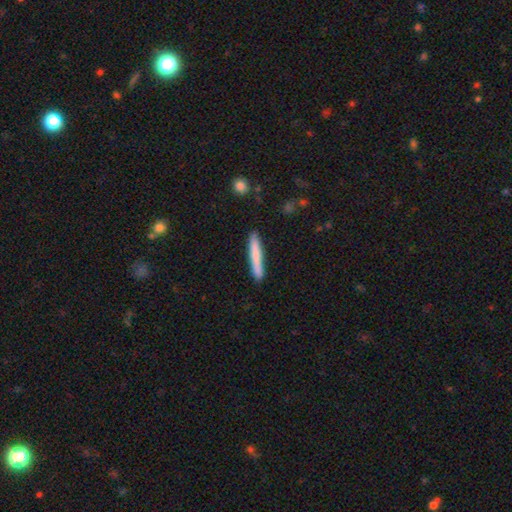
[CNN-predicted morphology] Smooth or featured? Predicted: smooth (p=0.71). How rounded? Predicted: cigar-shaped (p=0.95). Merging? Predicted: none (p=0.88).